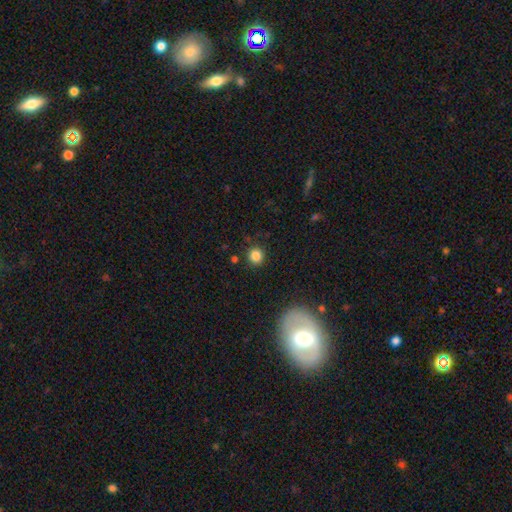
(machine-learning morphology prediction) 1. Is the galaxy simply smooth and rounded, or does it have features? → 84% smooth, 12% star or artifact, 4% featured or disk.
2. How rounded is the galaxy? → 93% round, 6% in between, 1% cigar-shaped.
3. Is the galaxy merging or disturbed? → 89% none, 7% minor disturbance, 2% major disturbance, 2% merger.